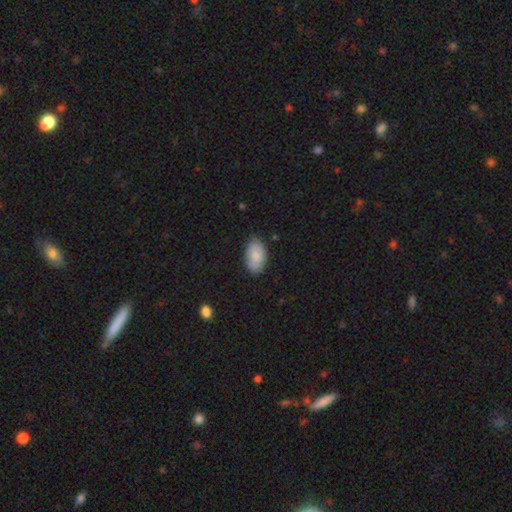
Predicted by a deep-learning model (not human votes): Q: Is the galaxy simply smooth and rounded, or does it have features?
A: smooth — 86%.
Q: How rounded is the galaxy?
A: in between — 94%.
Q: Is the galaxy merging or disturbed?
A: none — 78%.